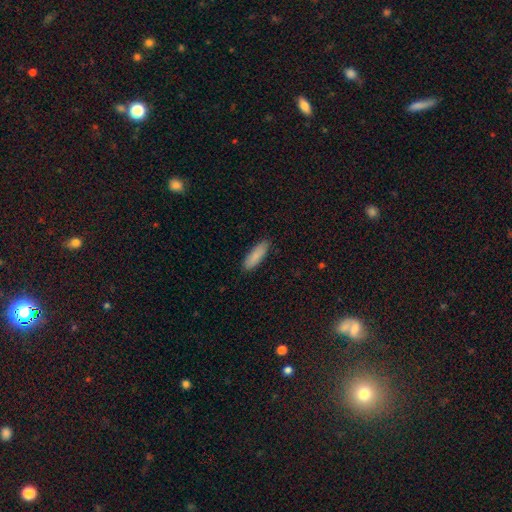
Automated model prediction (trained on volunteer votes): This appears to be a smooth galaxy with no disk features (87%) that is cigar-shaped (49%, tied with in between). Merging: none (87%).